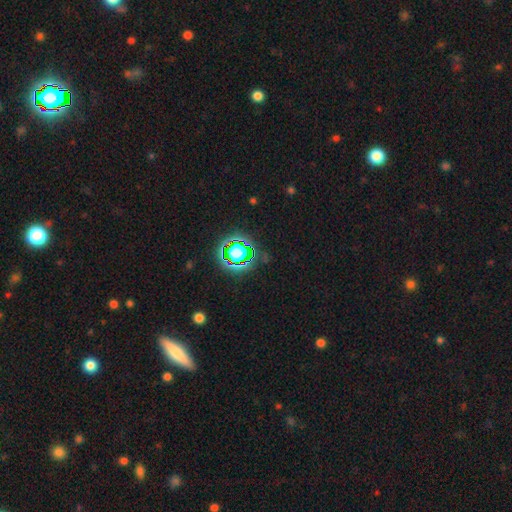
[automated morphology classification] A star or artifact, not a galaxy (73%).